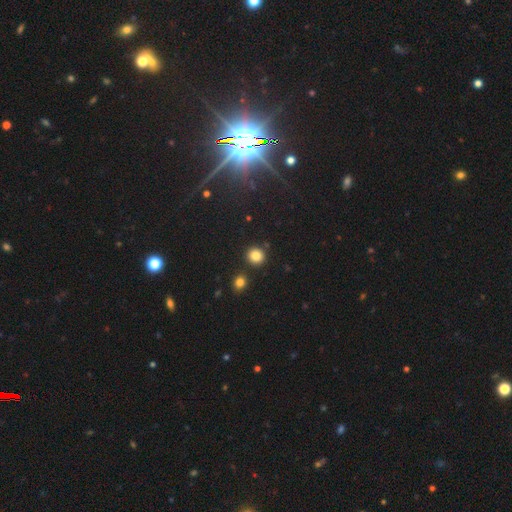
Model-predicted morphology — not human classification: Smooth or featured? smooth (84%)
How rounded? round (91%)
Merging? none (86%)